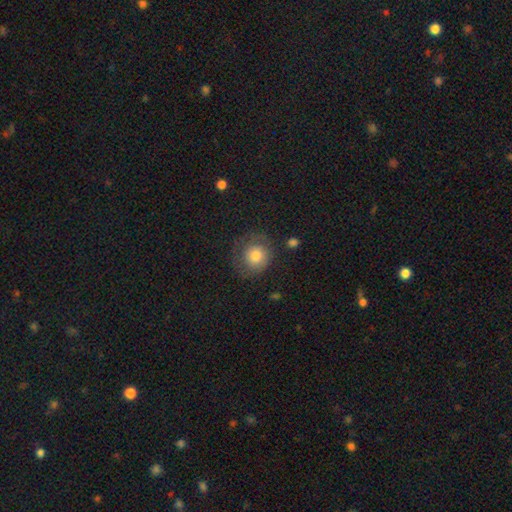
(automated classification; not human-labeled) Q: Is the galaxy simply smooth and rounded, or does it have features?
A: smooth — 68%.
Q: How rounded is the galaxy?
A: round — 86%.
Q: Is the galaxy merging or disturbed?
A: none — 64%.